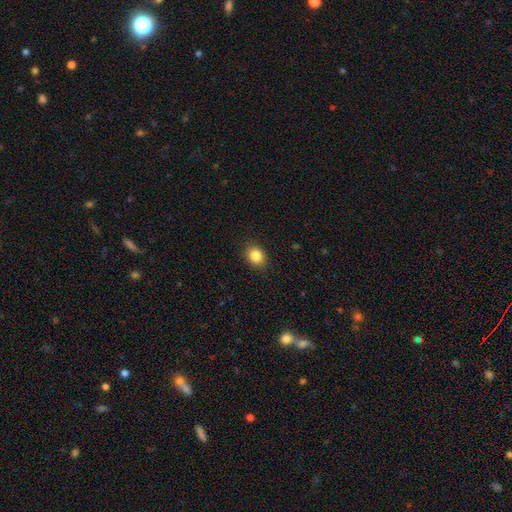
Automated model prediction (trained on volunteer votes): Q: Smooth or featured?
A: smooth (85%); runner-up: star or artifact (10%)
Q: How rounded?
A: round (59%); runner-up: in between (40%)
Q: Merging?
A: none (88%); runner-up: minor disturbance (8%)